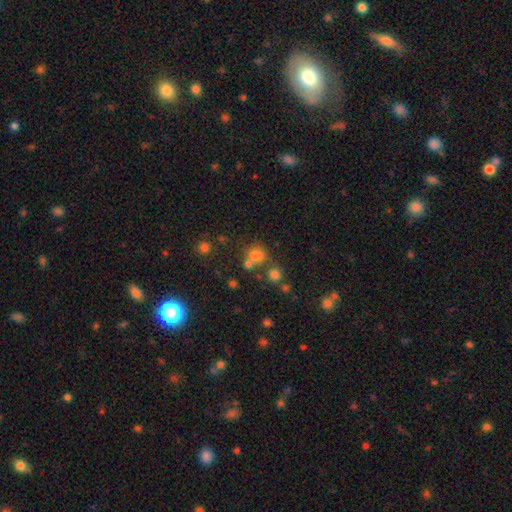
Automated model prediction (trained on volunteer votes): Morphology: type=smooth (69%); roundness=round (65%); merging=none (51%).